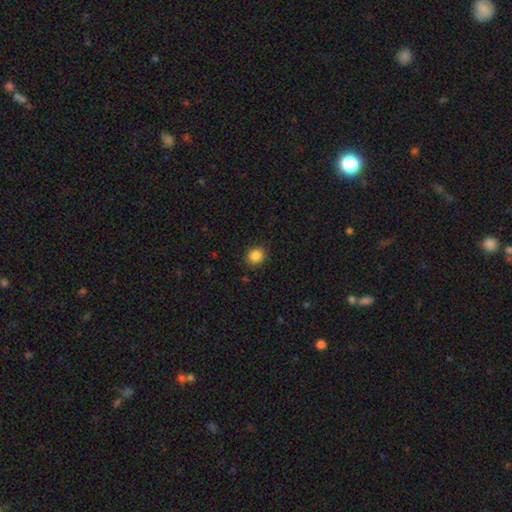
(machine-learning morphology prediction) The model was most divided on "how rounded": round: 75%, in between: 24%, cigar-shaped: 1%. More confident: merging — none (87%); smooth or featured — smooth (86%).